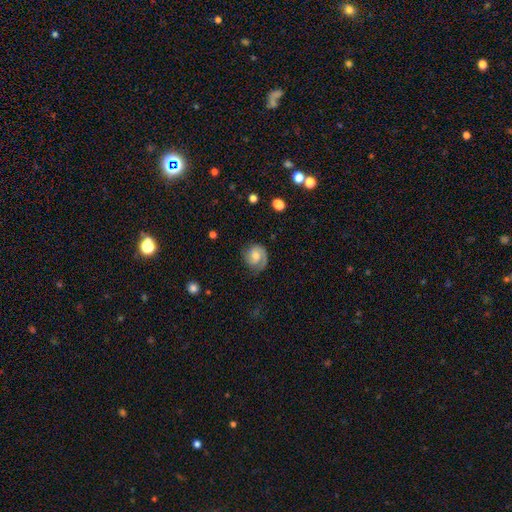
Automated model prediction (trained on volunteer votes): Smooth or featured? Predicted: featured or disk (p=0.64). Edge-on disk? Predicted: no (p=0.98). Bar? Predicted: no (p=0.61). Spiral arms? Predicted: yes (p=0.92). Spiral winding? Predicted: tight (p=0.50). Spiral arm count? Predicted: 1 (p=0.47). Bulge size? Predicted: moderate (p=0.55). Merging? Predicted: none (p=0.69).